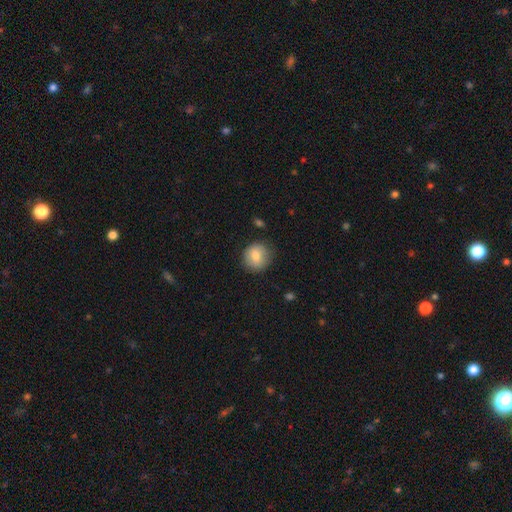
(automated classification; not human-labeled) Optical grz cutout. It shows a smooth galaxy with no disk features (81%) that is round (86%). Merging: none (80%).